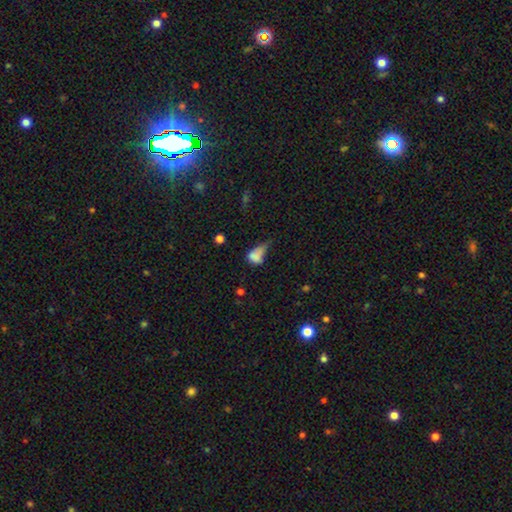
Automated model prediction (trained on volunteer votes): The model was most divided on "merging": major disturbance: 37%, minor disturbance: 30%, none: 18%, merger: 14%. More confident: how rounded — in between (75%); smooth or featured — smooth (69%).